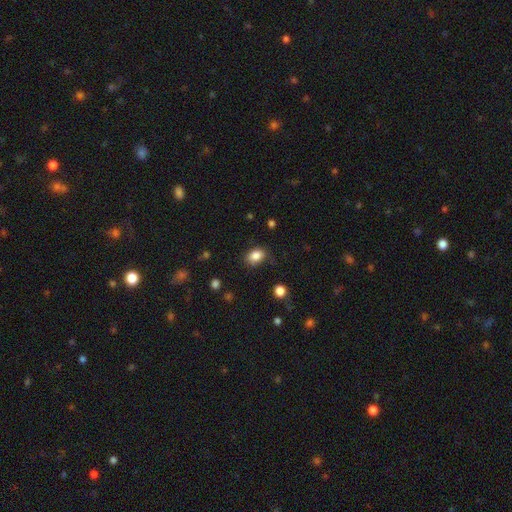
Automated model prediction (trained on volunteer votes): Morphology: type=smooth (85%); roundness=in between (67%); merging=none (76%).